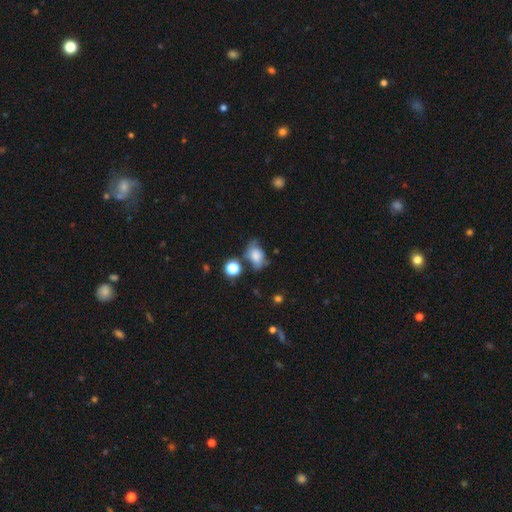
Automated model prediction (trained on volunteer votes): Q: Smooth or featured?
A: smooth (72%); runner-up: featured or disk (16%)
Q: How rounded?
A: in between (78%); runner-up: round (20%)
Q: Merging?
A: none (46%); runner-up: minor disturbance (30%)